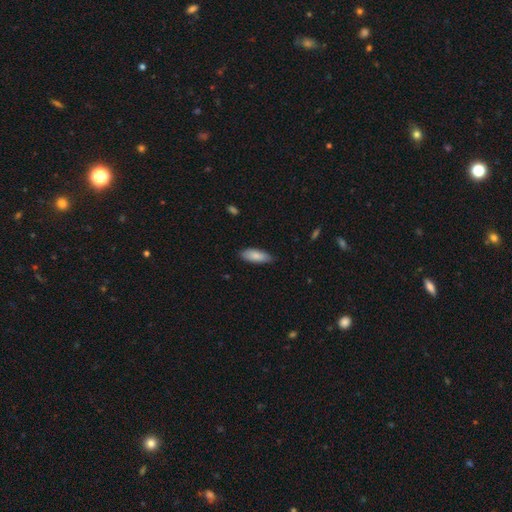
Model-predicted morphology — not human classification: smooth-or-featured: smooth: 85% | featured or disk: 9% | star or artifact: 6%
  how-rounded: in between: 75% | cigar-shaped: 23% | round: 2%
  merging: none: 79% | minor disturbance: 18% | major disturbance: 2% | merger: 1%